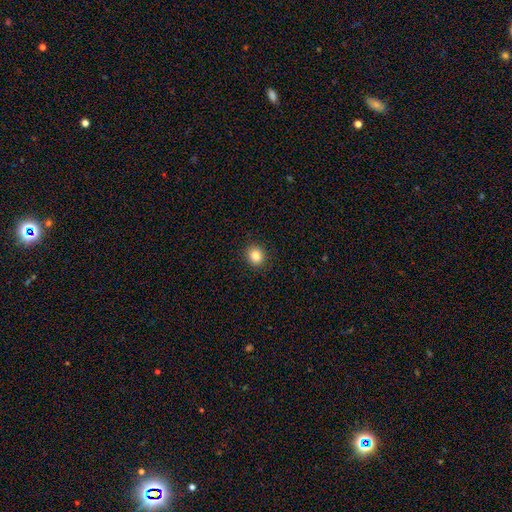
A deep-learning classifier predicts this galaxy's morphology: Overall: smooth (84%). How rounded: round (81%). Merging: none (91%).